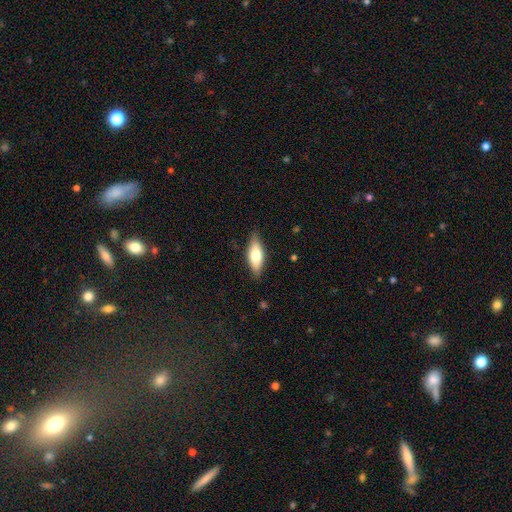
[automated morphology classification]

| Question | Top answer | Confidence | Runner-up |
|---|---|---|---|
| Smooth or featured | smooth | 65% | featured or disk (29%) |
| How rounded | in between | 71% | cigar-shaped (26%) |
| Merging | none | 85% | minor disturbance (12%) |